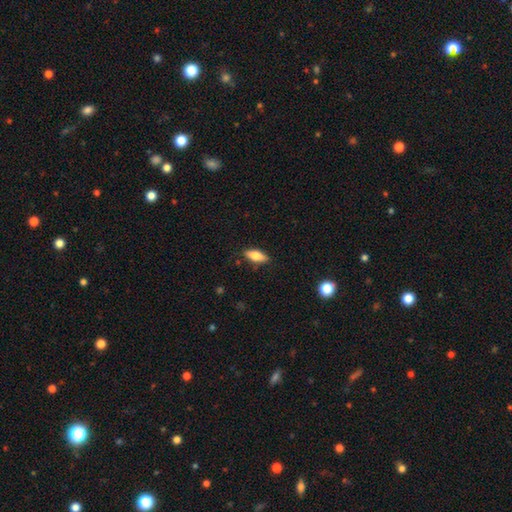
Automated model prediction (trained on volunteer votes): Smooth or featured? Predicted: smooth (p=0.72). How rounded? Predicted: in between (p=0.73). Merging? Predicted: none (p=0.86).